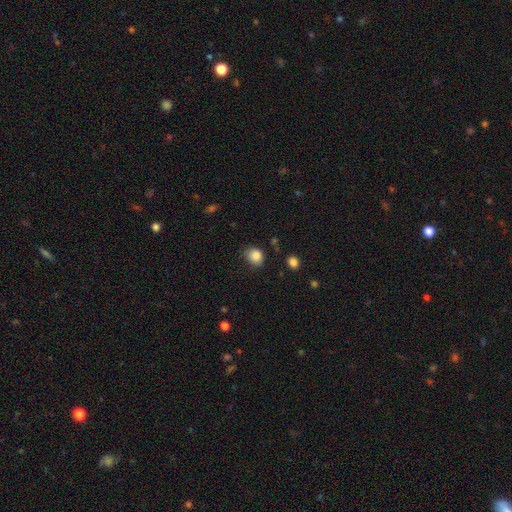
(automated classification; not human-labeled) A smooth galaxy with no disk features (85%) that is round (54%).

Vote fractions:
- Smooth or featured? smooth: 85% / star or artifact: 10% / featured or disk: 5%
- How rounded? round: 54% / in between: 45% / cigar-shaped: 1%
- Merging? none: 71% / minor disturbance: 22% / major disturbance: 4% / merger: 2%